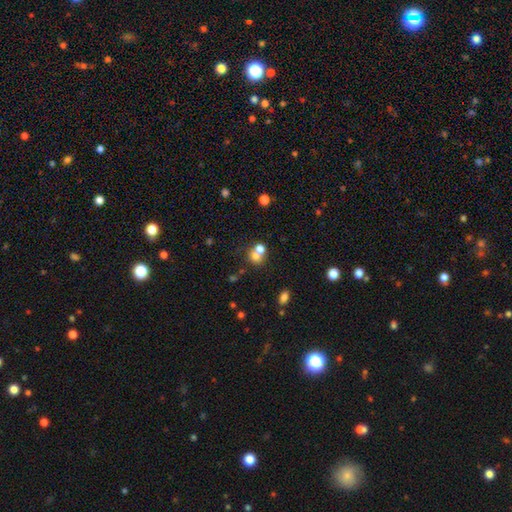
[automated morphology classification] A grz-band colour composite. It shows a smooth galaxy with no disk features (68%) that is round (72%). Merging: merger (53%).